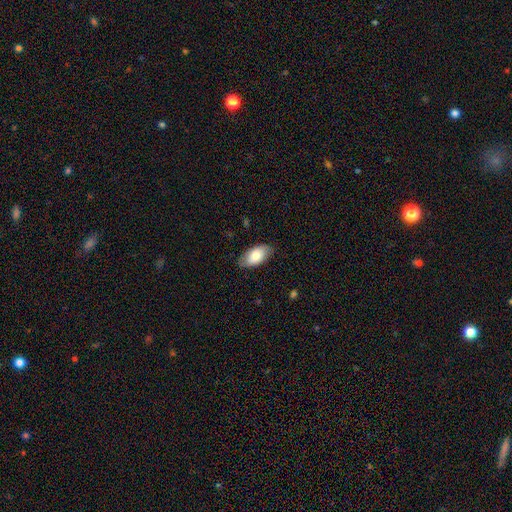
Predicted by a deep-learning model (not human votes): Smooth or featured?
  - smooth: 78% *
  - featured or disk: 16%
  - star or artifact: 6%
How rounded?
  - in between: 94% *
  - round: 3%
  - cigar-shaped: 3%
Merging?
  - none: 82% *
  - minor disturbance: 14%
  - major disturbance: 3%
  - merger: 1%